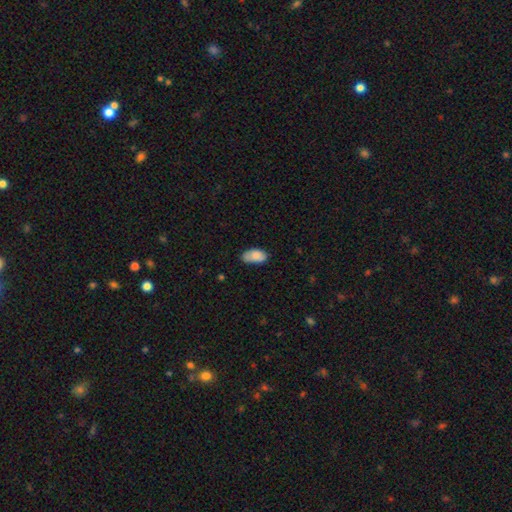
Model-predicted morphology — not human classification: Overall: smooth (83%). How rounded: in between (94%). Merging: none (65%; minor disturbance 28%).